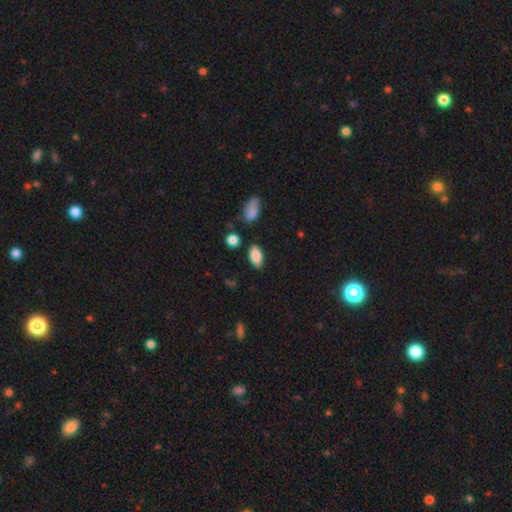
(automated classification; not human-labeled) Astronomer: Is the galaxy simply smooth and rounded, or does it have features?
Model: smooth — 87%.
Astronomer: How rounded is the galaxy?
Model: in between — 93%.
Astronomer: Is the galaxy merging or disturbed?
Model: none — 82%.